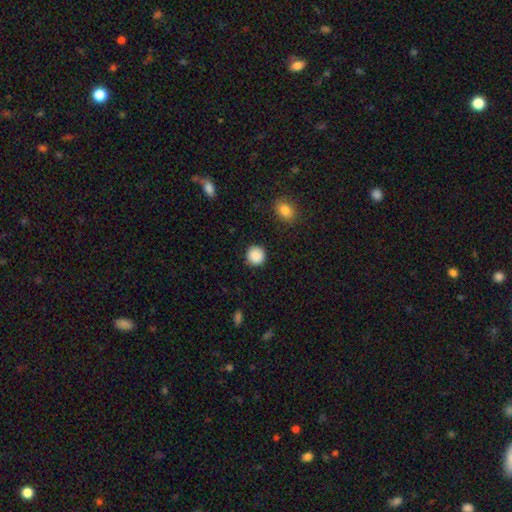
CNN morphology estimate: type=smooth (89%); roundness=round (94%); merging=none (91%).